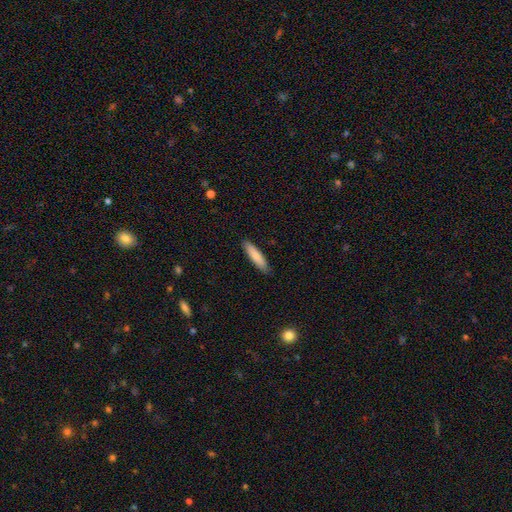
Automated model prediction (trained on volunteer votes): This is clearly a smooth galaxy (84%). How rounded: likely cigar-shaped (79%). Merging: clearly none (88%).